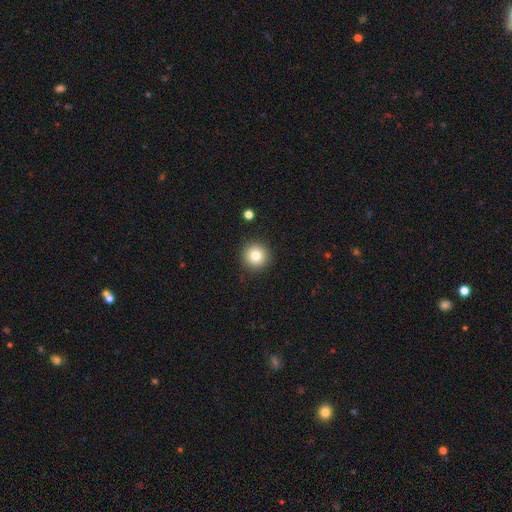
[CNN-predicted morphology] Smooth or featured: smooth — 80% (star or artifact — 11%)
How rounded: round — 95% (in between — 4%)
Merging: none — 90% (minor disturbance — 6%)